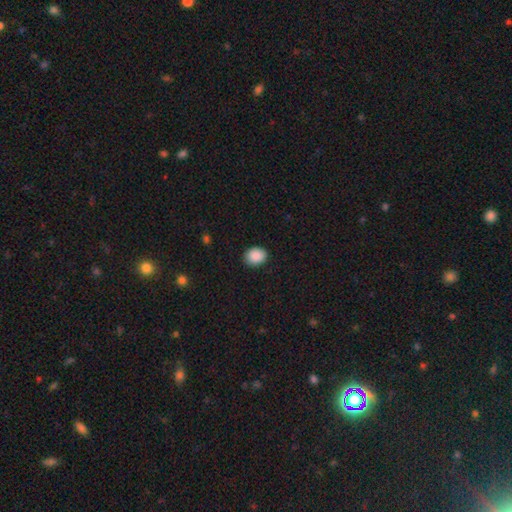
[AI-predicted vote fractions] Overall: smooth (89%). How rounded: in between (52%; round 48%). Merging: none (88%).